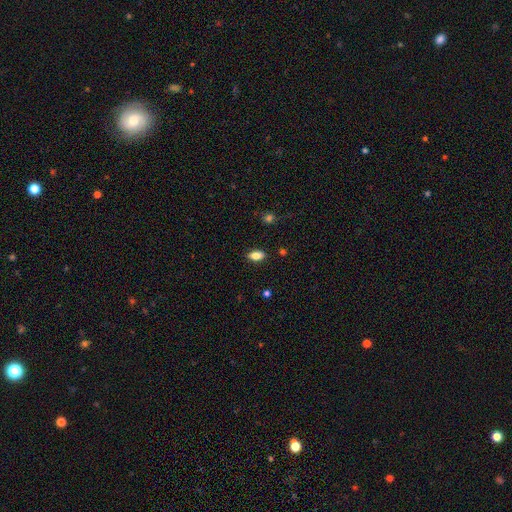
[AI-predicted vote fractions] Smooth or featured?
  - smooth: 82% *
  - featured or disk: 9%
  - star or artifact: 9%
How rounded?
  - in between: 88% *
  - cigar-shaped: 6%
  - round: 5%
Merging?
  - none: 87% *
  - minor disturbance: 10%
  - major disturbance: 2%
  - merger: 1%